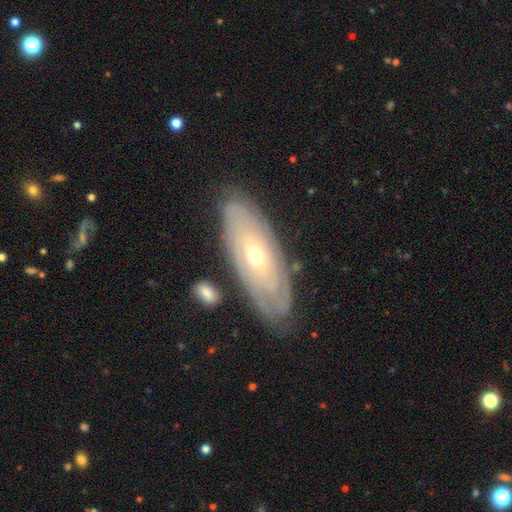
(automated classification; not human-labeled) Smooth or featured? featured or disk (72%)
Edge-on disk? no (85%)
Bar? no (78%)
Spiral arms? yes (70%)
Bulge size? moderate (53%)
Merging? none (77%)